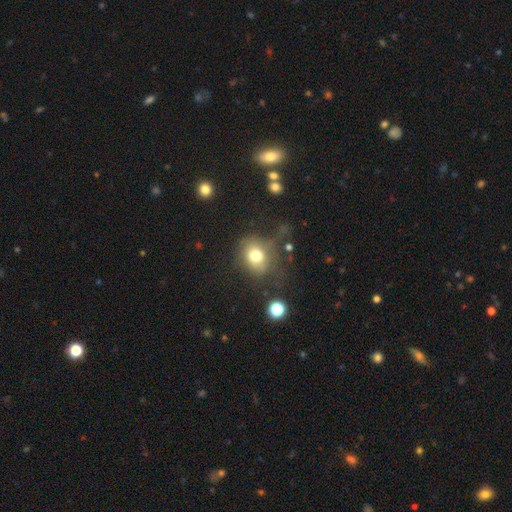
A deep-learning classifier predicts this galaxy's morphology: smooth 75%, featured or disk 13%, star or artifact 12%. Down the decision tree: how rounded — round (60%); merging — none (50%).